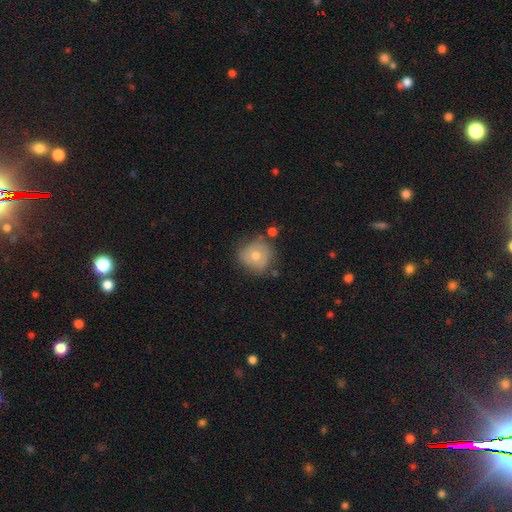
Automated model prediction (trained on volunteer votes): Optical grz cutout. It shows a smooth galaxy with no disk features (51%) that is round (87%). Merging: none (67%).